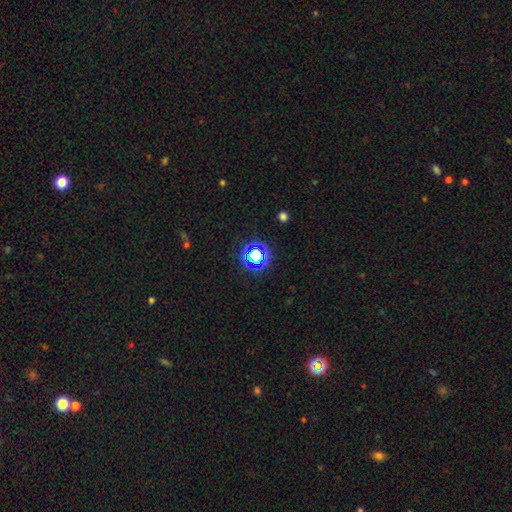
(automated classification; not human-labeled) Morphology: type=star or artifact (66%).